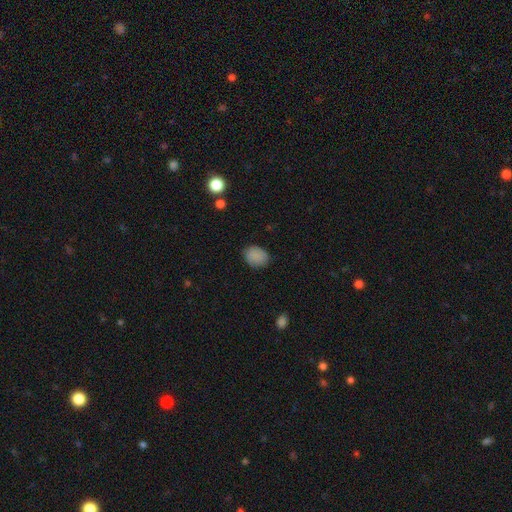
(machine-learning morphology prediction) smooth 87%, star or artifact 9%, featured or disk 5%. Down the decision tree: how rounded — in between (55%); merging — none (83%).